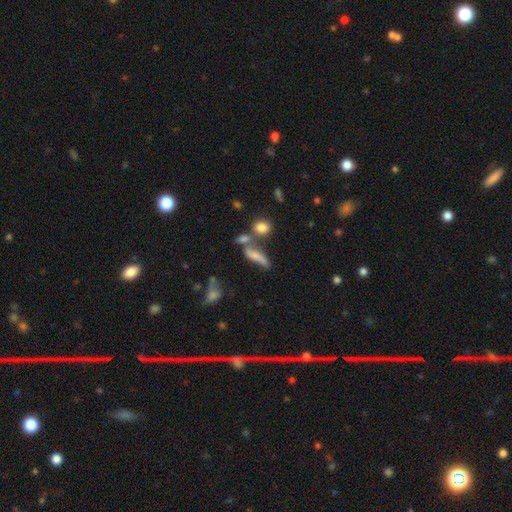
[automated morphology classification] Smooth or featured? smooth (61%)
How rounded? cigar-shaped (54%)
Merging? none (38%)